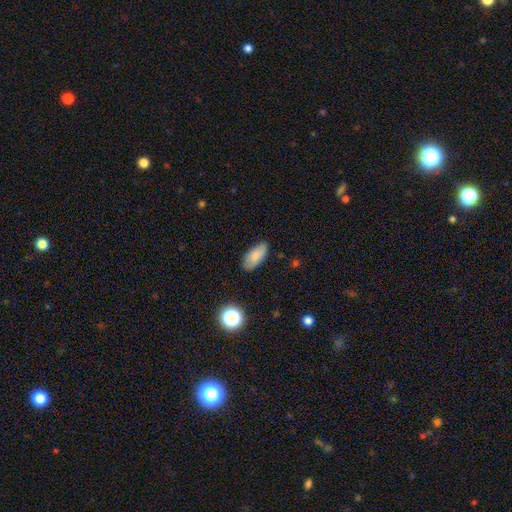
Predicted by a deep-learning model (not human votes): Smooth or featured? smooth (82%)
How rounded? in between (91%)
Merging? none (80%)